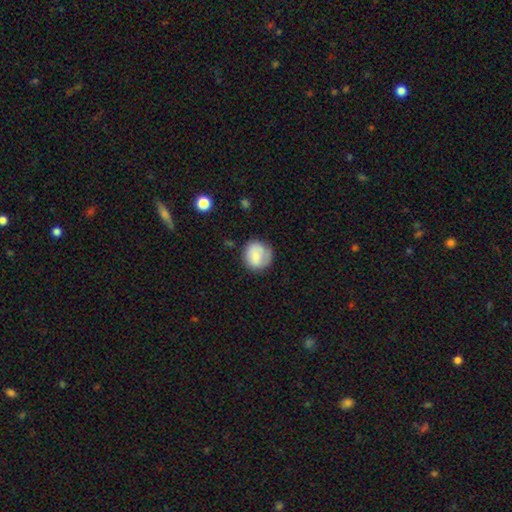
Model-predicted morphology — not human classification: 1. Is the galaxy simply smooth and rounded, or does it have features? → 74% smooth, 18% featured or disk, 7% star or artifact.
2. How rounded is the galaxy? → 87% round, 12% in between, 1% cigar-shaped.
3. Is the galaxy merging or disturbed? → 71% none, 21% minor disturbance, 6% major disturbance, 2% merger.